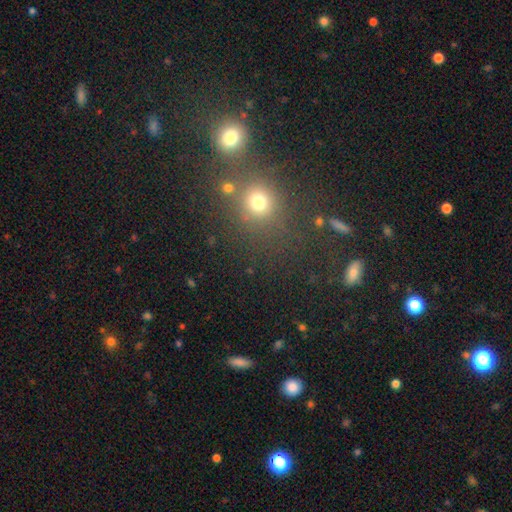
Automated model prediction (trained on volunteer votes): Morphology: type=smooth (49%); merging=none (69%).